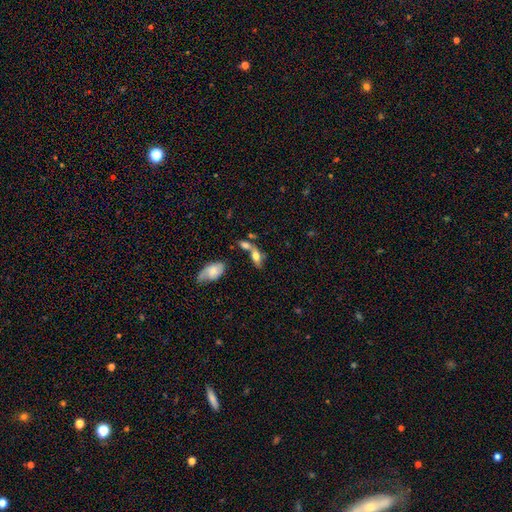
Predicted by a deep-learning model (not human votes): This is likely a smooth galaxy (61%). How rounded: likely in between (76%). Merging: marginally none (38%).